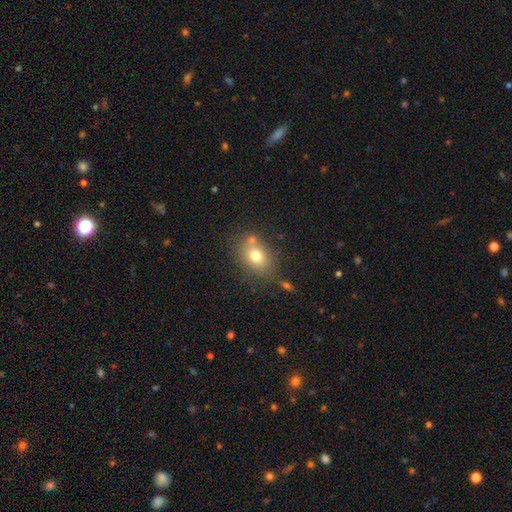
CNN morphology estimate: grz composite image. It shows a smooth galaxy with no disk features (74%) that is in between round and cigar-shaped (65%). Merging: none (66%).